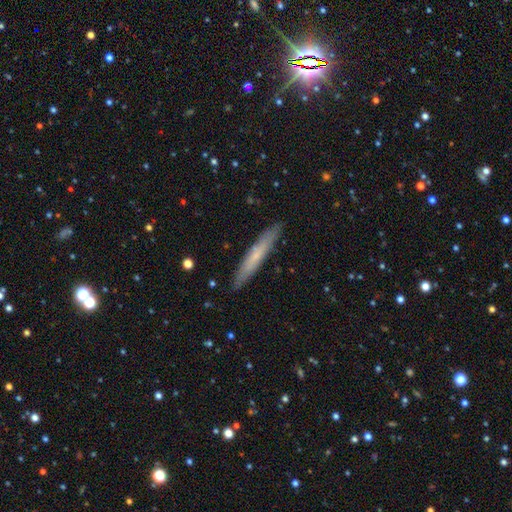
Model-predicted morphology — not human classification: A smooth galaxy with no disk features (56%) that is cigar-shaped (94%). Merging: none (89%).